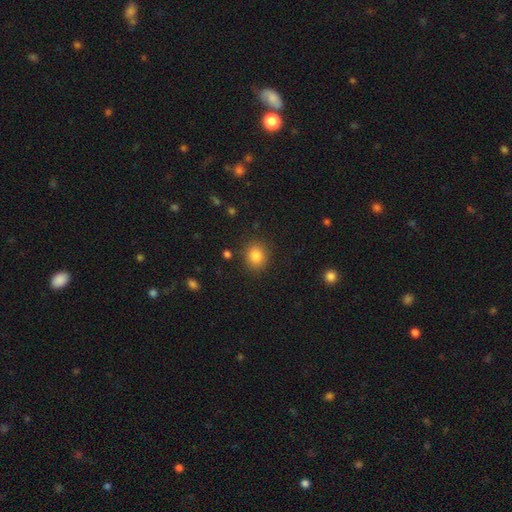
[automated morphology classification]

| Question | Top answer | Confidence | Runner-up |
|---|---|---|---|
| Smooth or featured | smooth | 84% | star or artifact (10%) |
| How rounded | round | 71% | in between (28%) |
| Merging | none | 87% | minor disturbance (8%) |